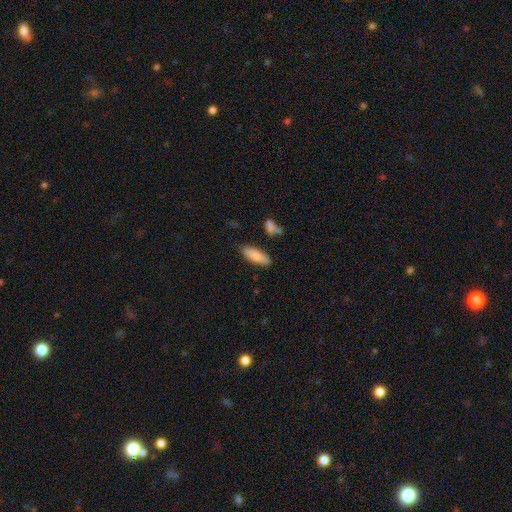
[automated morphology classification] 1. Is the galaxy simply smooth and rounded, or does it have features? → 85% smooth, 8% featured or disk, 6% star or artifact.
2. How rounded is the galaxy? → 58% in between, 40% cigar-shaped, 2% round.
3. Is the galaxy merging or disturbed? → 81% none, 12% minor disturbance, 4% merger, 3% major disturbance.